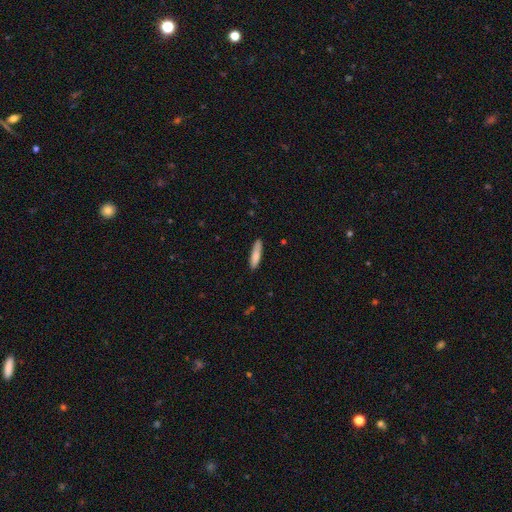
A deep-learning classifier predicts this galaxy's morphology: Smooth or featured? Predicted: smooth (p=0.81). How rounded? Predicted: cigar-shaped (p=0.74). Merging? Predicted: none (p=0.85).